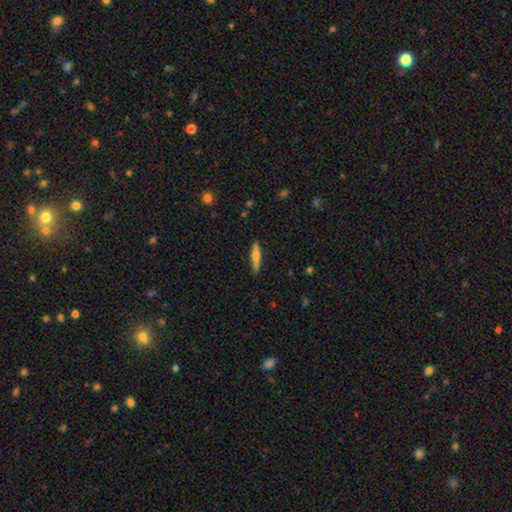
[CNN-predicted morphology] Smooth or featured? smooth (62%)
How rounded? cigar-shaped (88%)
Merging? none (89%)